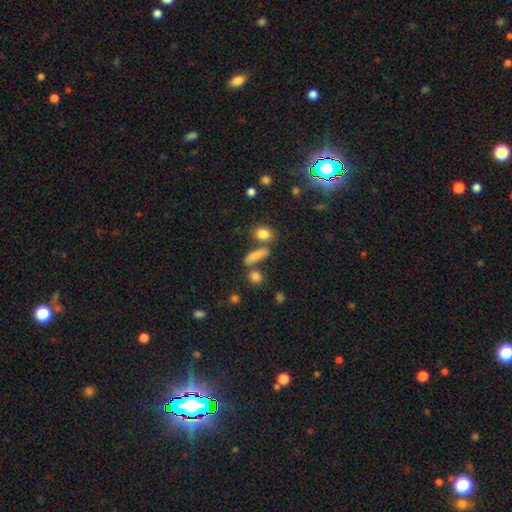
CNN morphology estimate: A smooth galaxy with no disk features (80%) that is in between round and cigar-shaped (48%).

Vote fractions:
- Smooth or featured? smooth: 80% / star or artifact: 11% / featured or disk: 9%
- How rounded? in between: 48% / cigar-shaped: 38% / round: 14%
- Merging? none: 61% / merger: 20% / minor disturbance: 13% / major disturbance: 6%